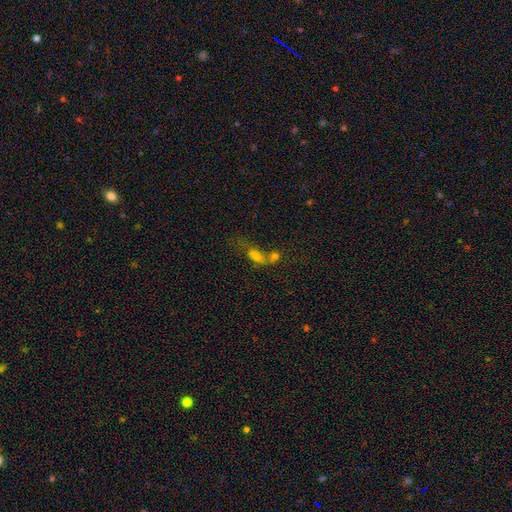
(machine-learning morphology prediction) A smooth galaxy with no disk features (51%) that is in between round and cigar-shaped (65%). Merging: merger (49%).